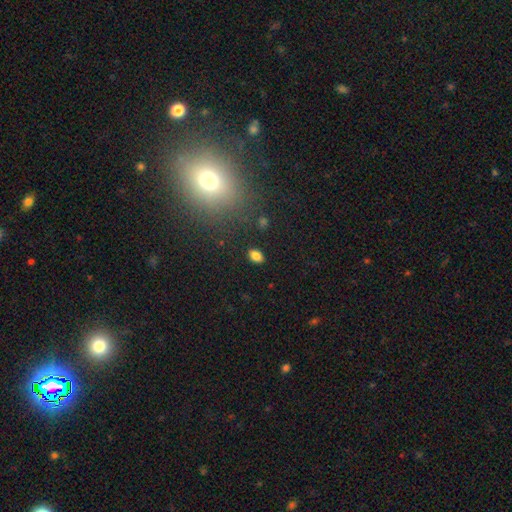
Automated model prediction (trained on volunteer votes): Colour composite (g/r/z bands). It shows a smooth galaxy with no disk features (83%) that is in between round and cigar-shaped (85%). Merging: none (87%).